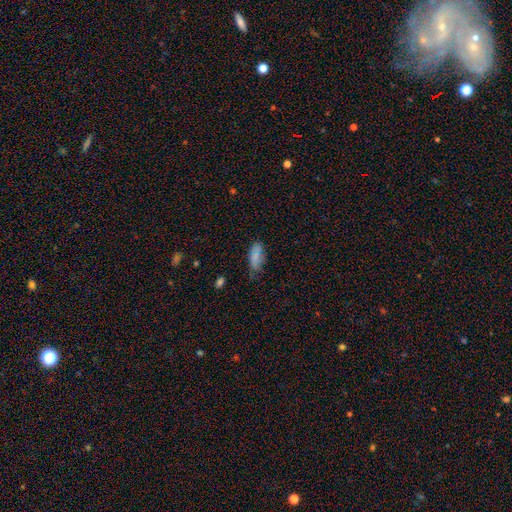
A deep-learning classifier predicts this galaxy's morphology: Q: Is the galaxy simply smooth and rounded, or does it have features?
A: smooth — 76%.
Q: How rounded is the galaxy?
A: in between — 88%.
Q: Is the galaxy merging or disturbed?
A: none — 52%.